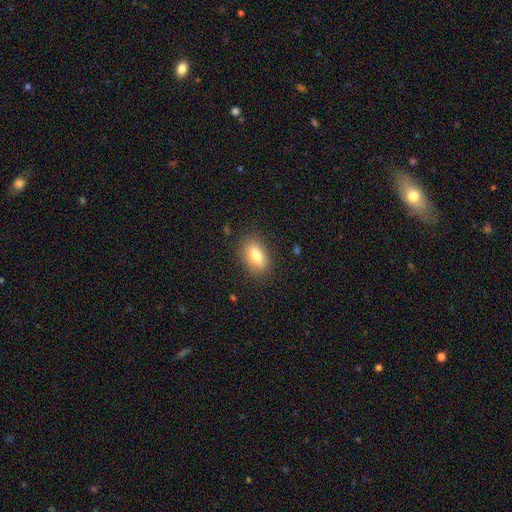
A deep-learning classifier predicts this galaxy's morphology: A smooth galaxy with no disk features (79%) that is in between round and cigar-shaped (87%).

Vote fractions:
- Smooth or featured? smooth: 79% / featured or disk: 13% / star or artifact: 8%
- How rounded? in between: 87% / round: 9% / cigar-shaped: 4%
- Merging? none: 84% / minor disturbance: 12% / major disturbance: 3% / merger: 1%